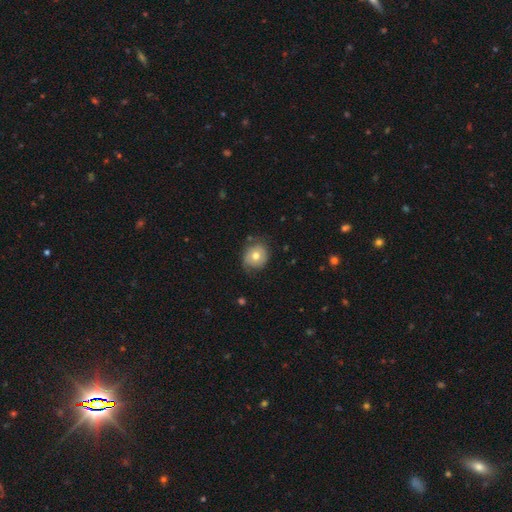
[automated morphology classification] Smooth or featured?
  - smooth: 64% *
  - featured or disk: 28%
  - star or artifact: 8%
How rounded?
  - round: 80% *
  - in between: 19%
  - cigar-shaped: 1%
Merging?
  - none: 67% *
  - minor disturbance: 24%
  - major disturbance: 7%
  - merger: 2%